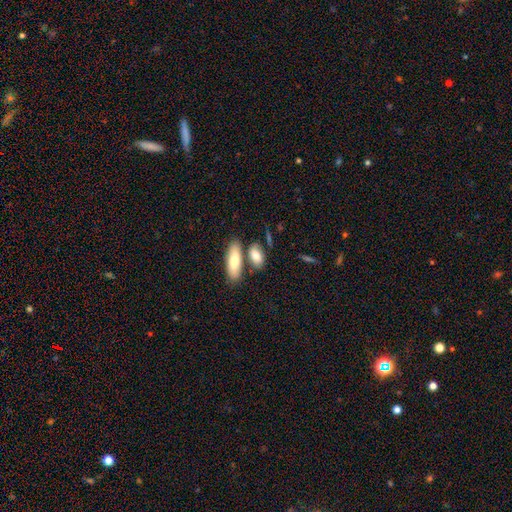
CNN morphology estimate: A smooth galaxy with no disk features (79%) that is in between round and cigar-shaped (78%).

Vote fractions:
- Smooth or featured? smooth: 79% / featured or disk: 15% / star or artifact: 6%
- How rounded? in between: 78% / cigar-shaped: 16% / round: 5%
- Merging? none: 61% / merger: 24% / minor disturbance: 12% / major disturbance: 4%